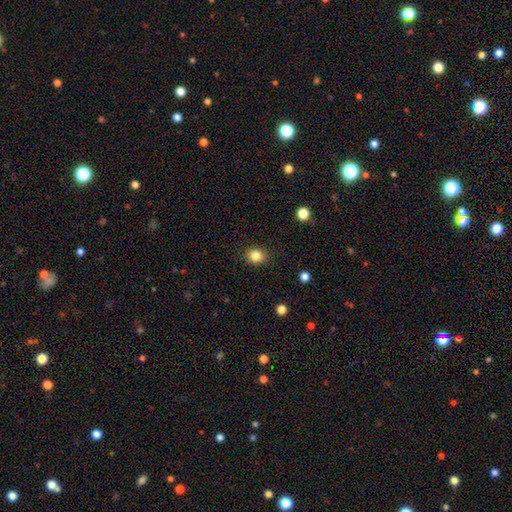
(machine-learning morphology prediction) Smooth or featured? smooth (83%)
How rounded? round (63%)
Merging? none (88%)